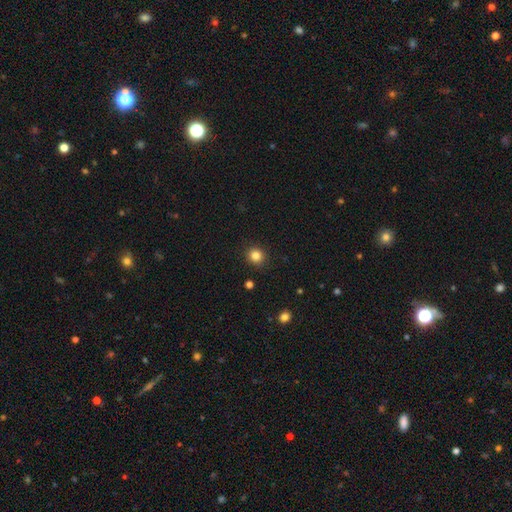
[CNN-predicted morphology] smooth-or-featured: smooth: 84% | star or artifact: 12% | featured or disk: 5%
  how-rounded: round: 88% | in between: 11% | cigar-shaped: 1%
  merging: none: 91% | minor disturbance: 6% | major disturbance: 2% | merger: 1%